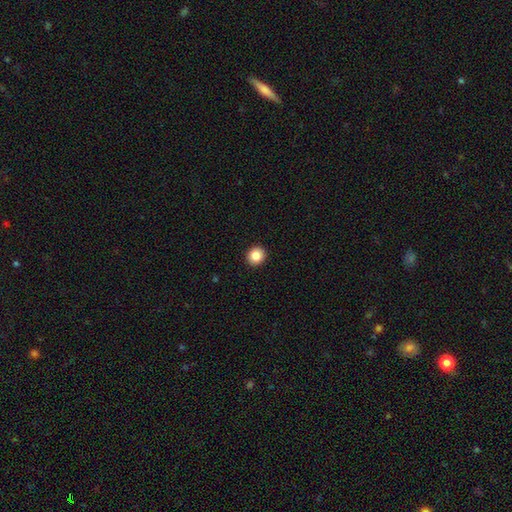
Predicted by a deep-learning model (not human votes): A smooth galaxy with no disk features (86%) that is round (89%).

Vote fractions:
- Smooth or featured? smooth: 86% / star or artifact: 9% / featured or disk: 4%
- How rounded? round: 89% / in between: 10% / cigar-shaped: 1%
- Merging? none: 93% / minor disturbance: 4% / major disturbance: 1% / merger: 1%